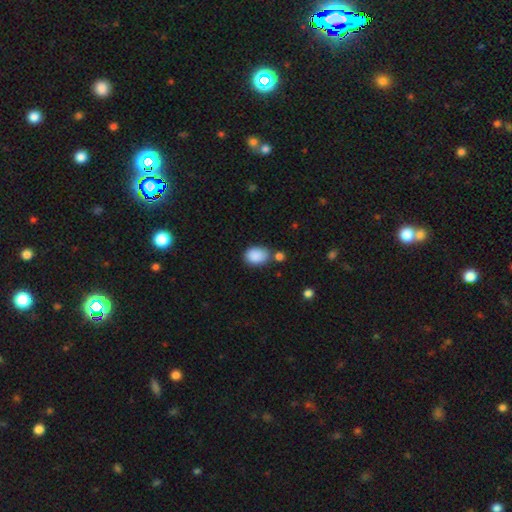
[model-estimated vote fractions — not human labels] The model was most divided on "merging": none: 63%, minor disturbance: 18%, merger: 14%, major disturbance: 5%. More confident: smooth or featured — smooth (88%); how rounded — in between (77%).